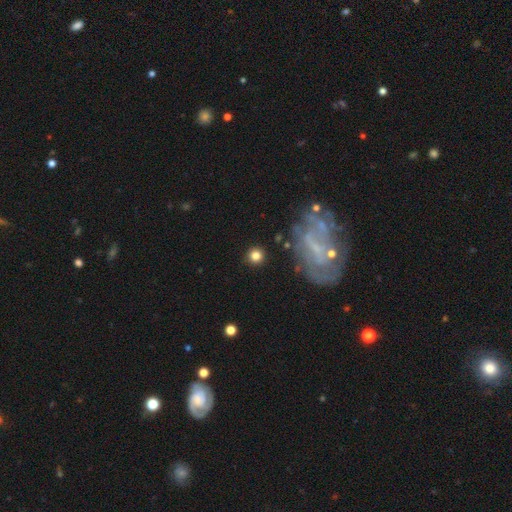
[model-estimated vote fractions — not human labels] smooth-or-featured: smooth: 77% | featured or disk: 12% | star or artifact: 11%
  how-rounded: round: 92% | in between: 6% | cigar-shaped: 1%
  merging: none: 88% | minor disturbance: 6% | major disturbance: 3% | merger: 3%